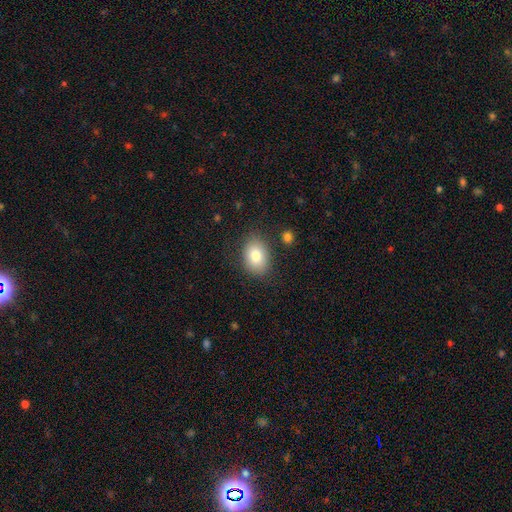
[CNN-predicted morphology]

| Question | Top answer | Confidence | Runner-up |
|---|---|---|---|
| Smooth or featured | smooth | 81% | featured or disk (11%) |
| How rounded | in between | 75% | round (24%) |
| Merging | none | 82% | minor disturbance (13%) |